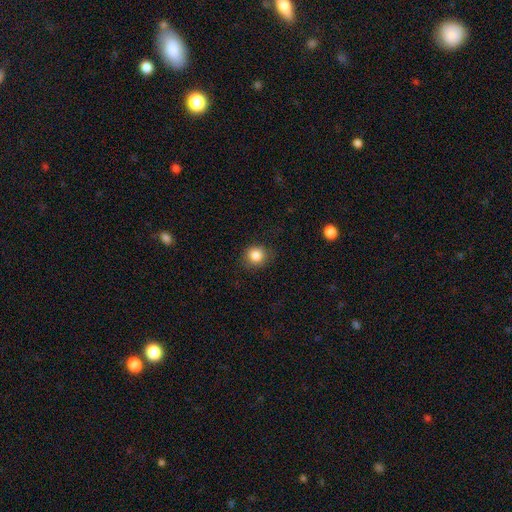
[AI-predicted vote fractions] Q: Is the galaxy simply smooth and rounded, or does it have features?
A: smooth — 84%.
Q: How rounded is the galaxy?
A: round — 85%.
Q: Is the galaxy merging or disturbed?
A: none — 85%.